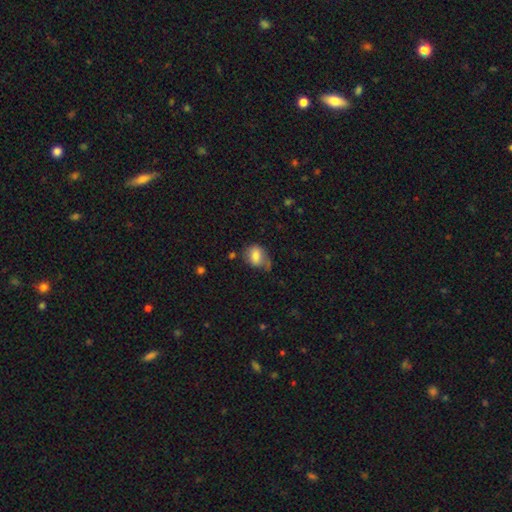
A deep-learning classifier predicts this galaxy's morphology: type=smooth (74%); roundness=in between (59%); merging=none (46%).